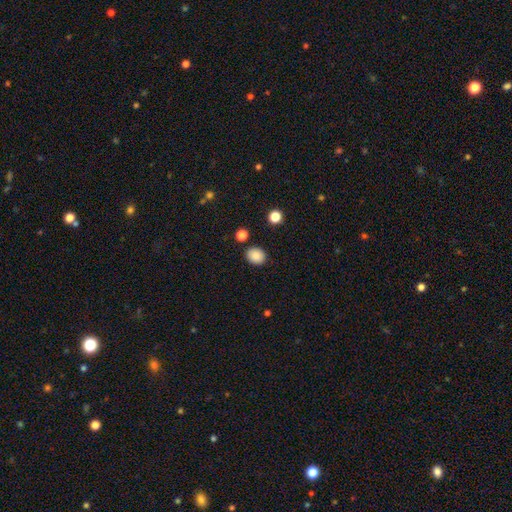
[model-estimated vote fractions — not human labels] Q: Smooth or featured?
A: smooth (87%); runner-up: star or artifact (10%)
Q: How rounded?
A: round (56%); runner-up: in between (43%)
Q: Merging?
A: none (86%); runner-up: minor disturbance (8%)